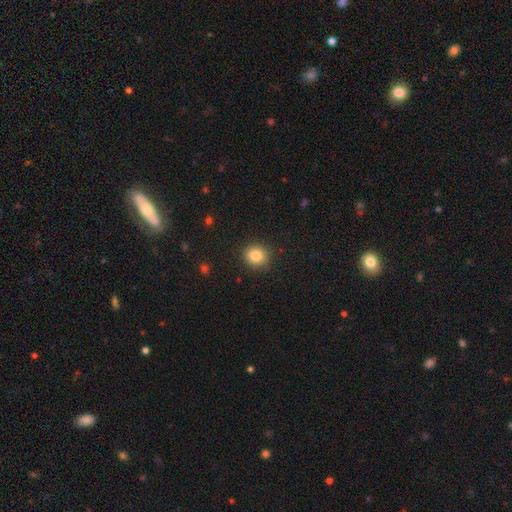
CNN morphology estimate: A smooth galaxy with no disk features (84%) that is round (85%).

Vote fractions:
- Smooth or featured? smooth: 84% / star or artifact: 10% / featured or disk: 6%
- How rounded? round: 85% / in between: 14% / cigar-shaped: 1%
- Merging? none: 90% / minor disturbance: 7% / major disturbance: 2% / merger: 1%